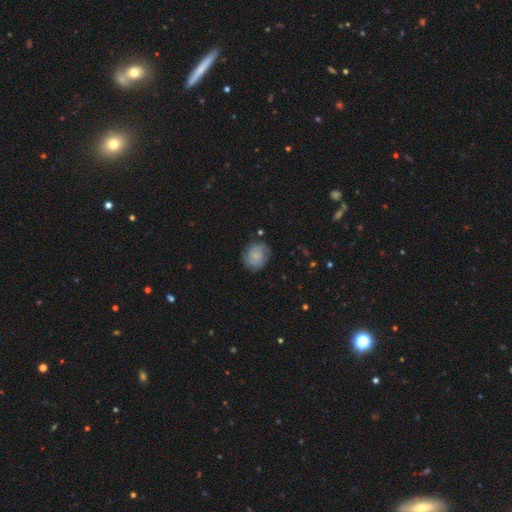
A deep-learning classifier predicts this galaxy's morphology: Smooth or featured: smooth — 52% (featured or disk — 39%)
How rounded: round — 69% (in between — 30%)
Merging: none — 74% (minor disturbance — 19%)